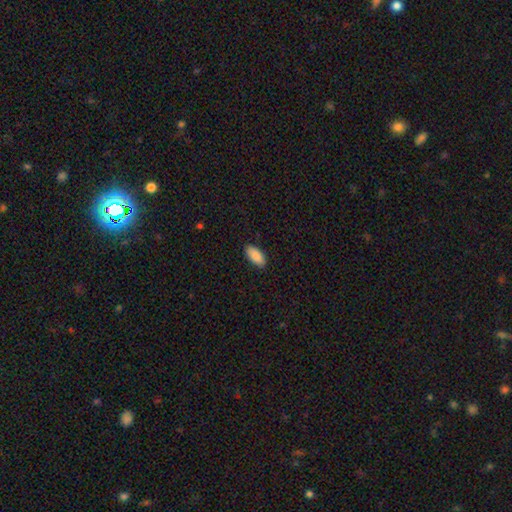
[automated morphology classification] Q: Smooth or featured?
A: smooth (90%); runner-up: star or artifact (6%)
Q: How rounded?
A: in between (91%); runner-up: cigar-shaped (8%)
Q: Merging?
A: none (89%); runner-up: minor disturbance (9%)